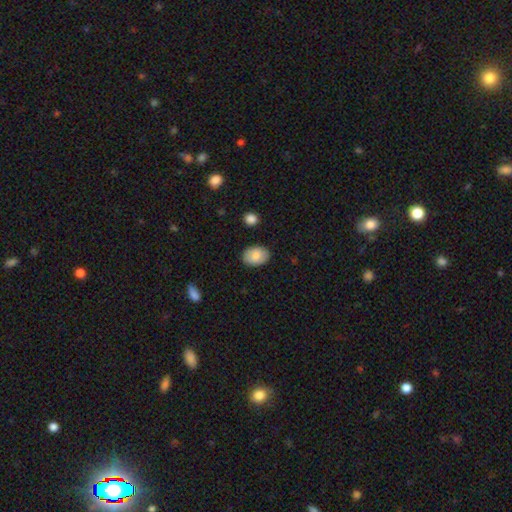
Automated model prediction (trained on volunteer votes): smooth 84%, featured or disk 10%, star or artifact 7%. Down the decision tree: how rounded — in between (83%); merging — none (87%).